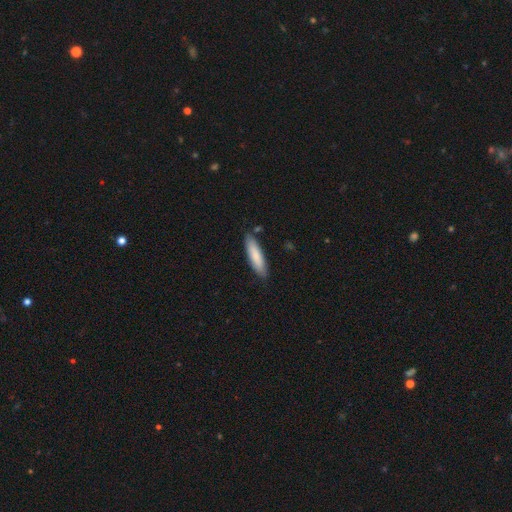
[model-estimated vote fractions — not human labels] A smooth galaxy with no disk features (81%) that is cigar-shaped (71%).

Vote fractions:
- Smooth or featured? smooth: 81% / featured or disk: 13% / star or artifact: 5%
- How rounded? cigar-shaped: 71% / in between: 27% / round: 1%
- Merging? none: 83% / minor disturbance: 12% / merger: 3% / major disturbance: 2%